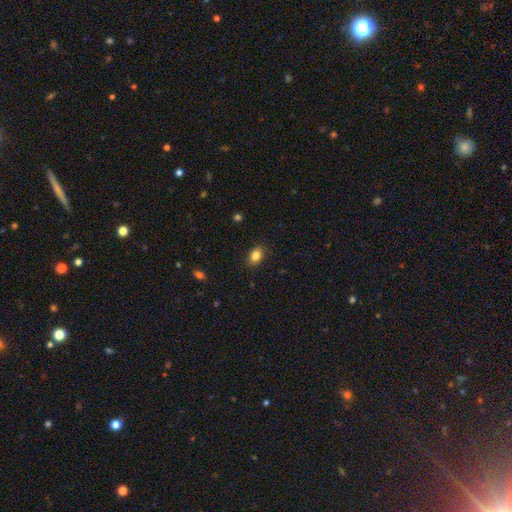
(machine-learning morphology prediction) Smooth or featured?
  - smooth: 84% *
  - star or artifact: 10%
  - featured or disk: 6%
How rounded?
  - in between: 68% *
  - round: 31%
  - cigar-shaped: 1%
Merging?
  - none: 88% *
  - minor disturbance: 9%
  - major disturbance: 2%
  - merger: 1%